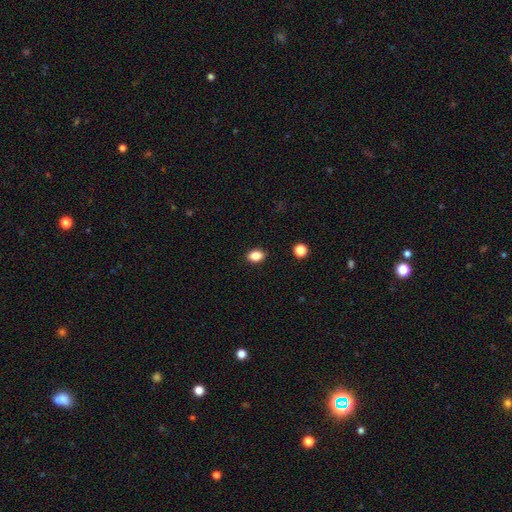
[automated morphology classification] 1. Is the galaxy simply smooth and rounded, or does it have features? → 86% smooth, 10% star or artifact, 5% featured or disk.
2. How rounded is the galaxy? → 76% in between, 23% round, 1% cigar-shaped.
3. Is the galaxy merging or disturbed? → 89% none, 8% minor disturbance, 2% major disturbance, 1% merger.